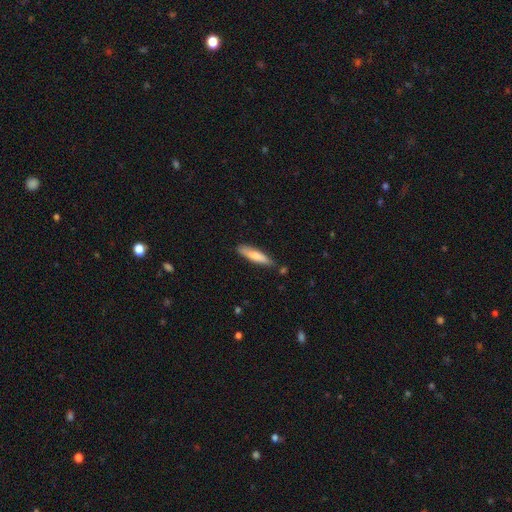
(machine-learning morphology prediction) Q: Smooth or featured?
A: smooth (78%); runner-up: featured or disk (17%)
Q: How rounded?
A: cigar-shaped (79%); runner-up: in between (20%)
Q: Merging?
A: none (80%); runner-up: minor disturbance (15%)